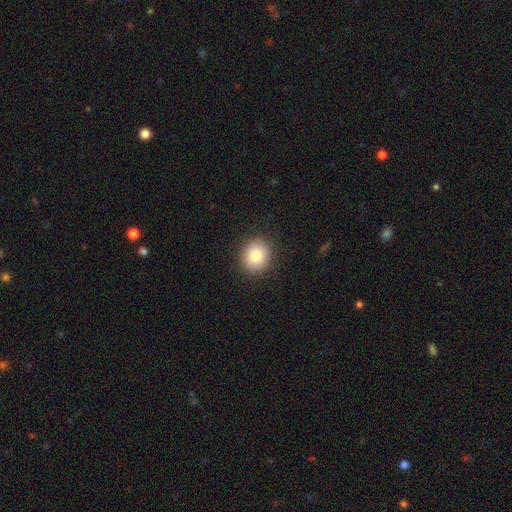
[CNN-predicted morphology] smooth-or-featured: smooth: 82% | star or artifact: 9% | featured or disk: 9%
  how-rounded: round: 75% | in between: 24% | cigar-shaped: 1%
  merging: none: 91% | minor disturbance: 6% | major disturbance: 2% | merger: 1%